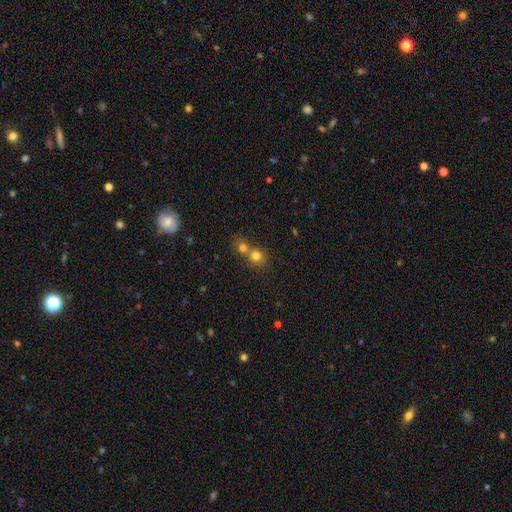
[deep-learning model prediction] The model was most divided on "merging": merger: 57%, none: 36%, minor disturbance: 5%, major disturbance: 2%. More confident: how rounded — round (83%); smooth or featured — smooth (76%).